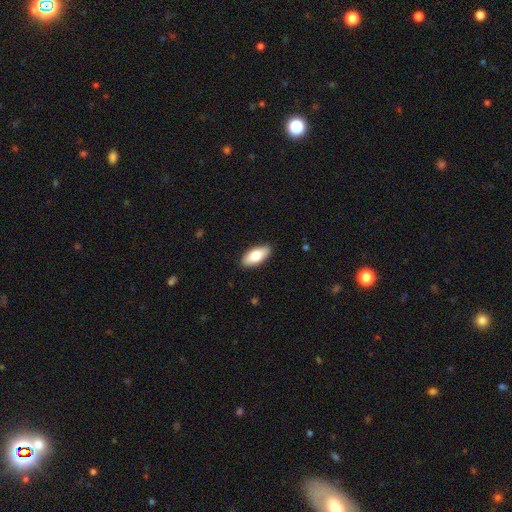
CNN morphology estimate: This is likely a smooth galaxy (77%). How rounded: clearly in between (87%). Merging: clearly none (89%).